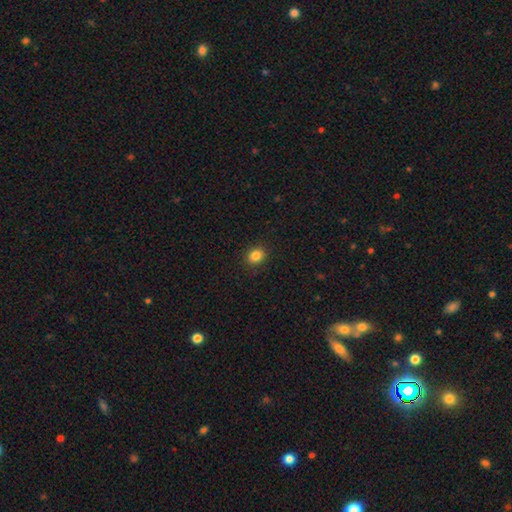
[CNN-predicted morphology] smooth_or_featured: smooth (p=0.85) [alt: star or artifact p=0.11]
how_rounded: round (p=0.68) [alt: in between p=0.31]
merging: none (p=0.91) [alt: minor disturbance p=0.06]